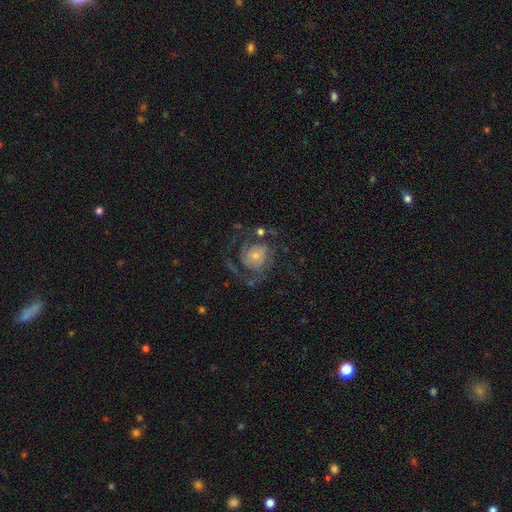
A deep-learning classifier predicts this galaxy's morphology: A featured or disk galaxy (76%) with no bar (75%), 2 (44%) medium (42%) spiral arms (87%) and a small central bulge (64%). Merging: none (52%).